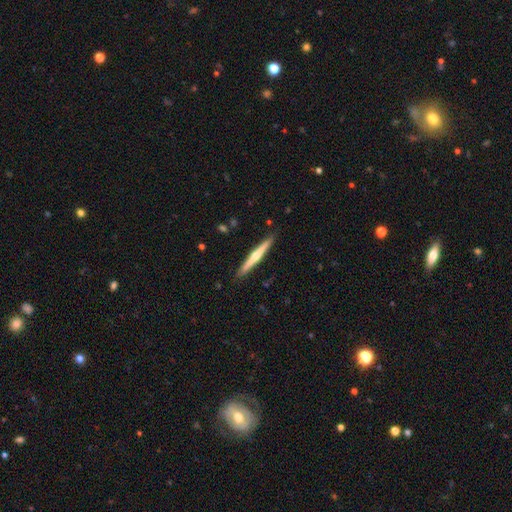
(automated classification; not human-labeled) Smooth or featured? Predicted: featured or disk (p=0.62). Edge-on disk? Predicted: yes (p=0.98). Edge-on bulge? Predicted: rounded (p=0.79). Merging? Predicted: none (p=0.90).